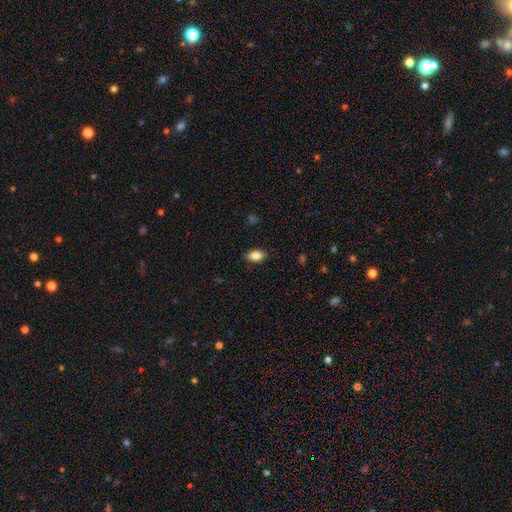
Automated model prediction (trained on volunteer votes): smooth 85%, star or artifact 8%, featured or disk 7%. Down the decision tree: how rounded — in between (89%); merging — none (86%).